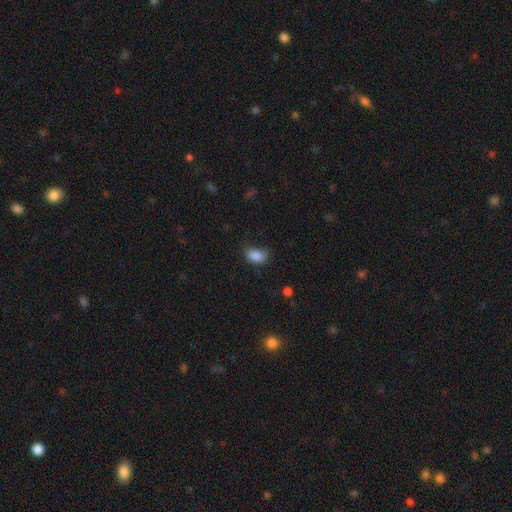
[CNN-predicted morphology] Smooth or featured: smooth — 86% (star or artifact — 9%)
How rounded: in between — 86% (round — 12%)
Merging: none — 55% (minor disturbance — 33%)